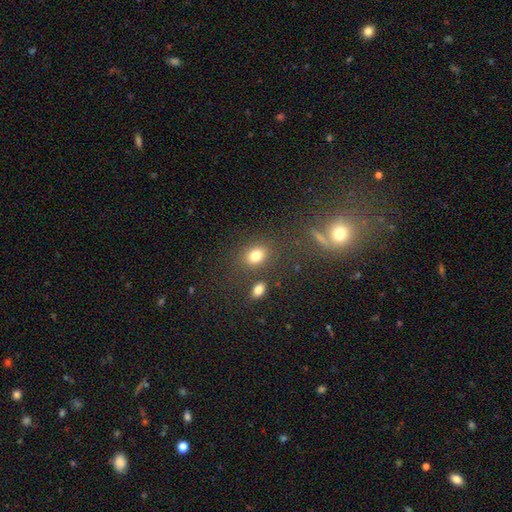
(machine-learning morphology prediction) A smooth galaxy with no disk features (79%) that is in between round and cigar-shaped (62%). Merging: none (75%).